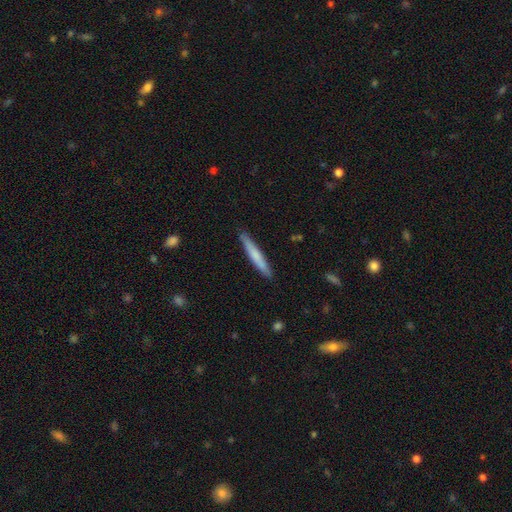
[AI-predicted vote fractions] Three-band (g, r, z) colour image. It shows a smooth galaxy with no disk features (65%) that is cigar-shaped (95%). Merging: none (89%).